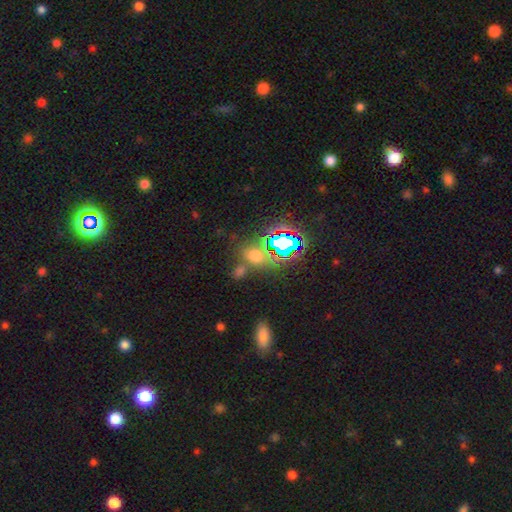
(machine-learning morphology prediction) smooth_or_featured: smooth (p=0.47) [alt: star or artifact p=0.44]
merging: none (p=0.64) [alt: merger p=0.19]